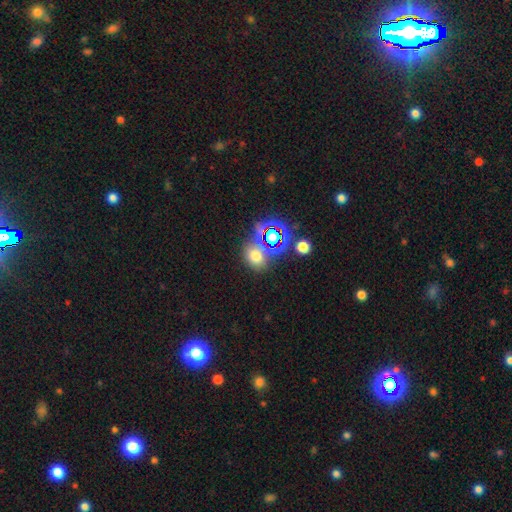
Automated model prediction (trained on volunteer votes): Overall: smooth (60%; star or artifact 31%). How rounded: round (50%; in between 48%). Merging: none (66%).